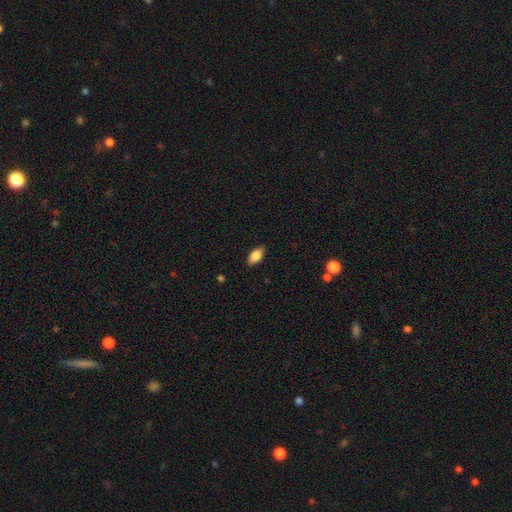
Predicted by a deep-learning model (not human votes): The model was most divided on "smooth or featured": smooth: 81%, featured or disk: 12%, star or artifact: 7%. More confident: how rounded — in between (90%); merging — none (87%).